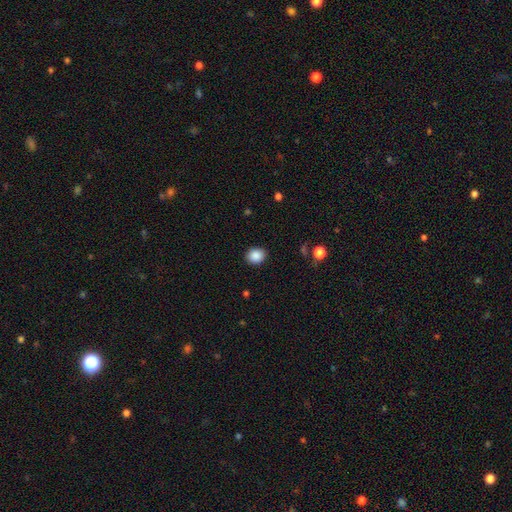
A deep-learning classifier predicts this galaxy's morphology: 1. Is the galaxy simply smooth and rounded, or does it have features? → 88% smooth, 9% star or artifact, 3% featured or disk.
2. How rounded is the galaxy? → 66% round, 33% in between, 1% cigar-shaped.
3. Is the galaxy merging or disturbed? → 90% none, 7% minor disturbance, 2% major disturbance, 1% merger.